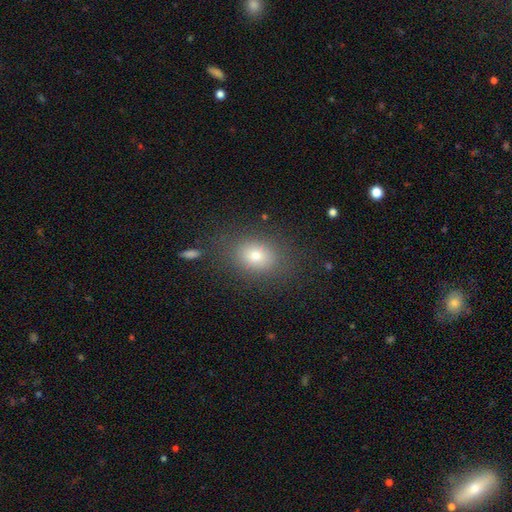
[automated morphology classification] A smooth galaxy with no disk features (75%) that is in between round and cigar-shaped (61%). Merging: none (83%).